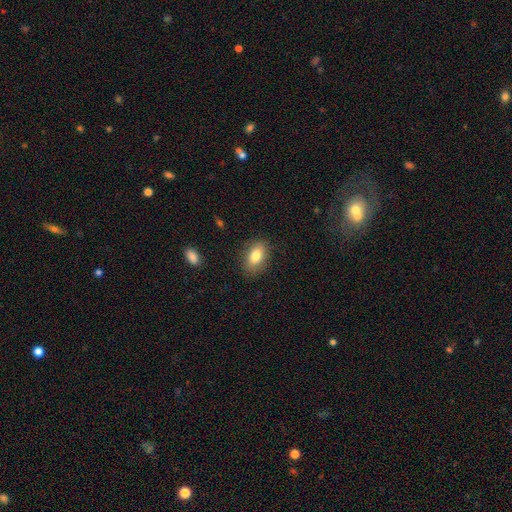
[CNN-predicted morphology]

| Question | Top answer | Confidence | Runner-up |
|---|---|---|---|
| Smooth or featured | smooth | 79% | featured or disk (13%) |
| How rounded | in between | 86% | round (9%) |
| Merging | none | 84% | minor disturbance (12%) |